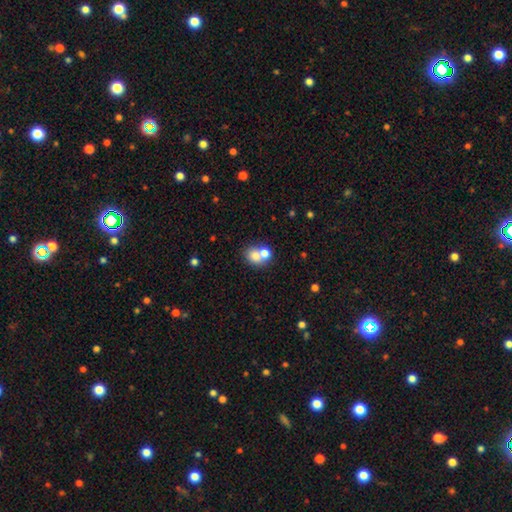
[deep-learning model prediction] This appears to be a smooth galaxy with no disk features (73%) that is round (61%). Merging: merger (53%).